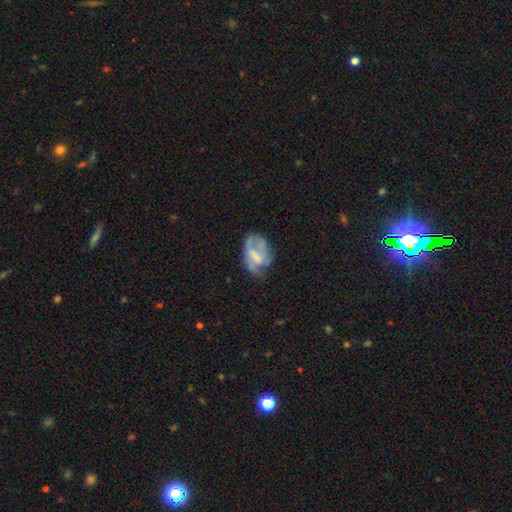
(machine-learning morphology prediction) Smooth or featured?
  - featured or disk: 48% *
  - smooth: 43%
  - star or artifact: 9%
Merging?
  - none: 40% *
  - minor disturbance: 31%
  - major disturbance: 26%
  - merger: 3%